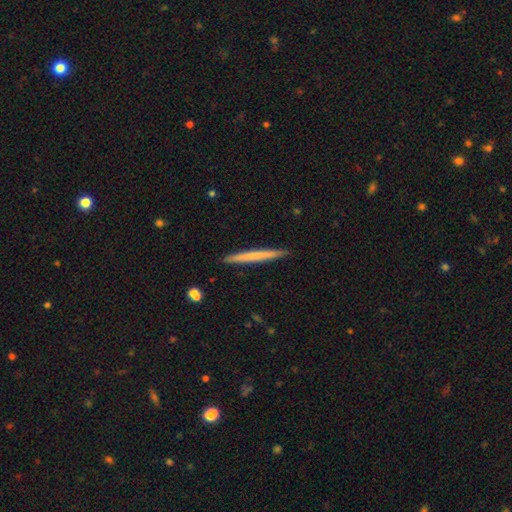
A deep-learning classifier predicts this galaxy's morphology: smooth-or-featured: smooth: 61% | featured or disk: 34% | star or artifact: 5%
  how-rounded: cigar-shaped: 97% | in between: 2% | round: 1%
  merging: none: 91% | minor disturbance: 6% | major disturbance: 1% | merger: 1%